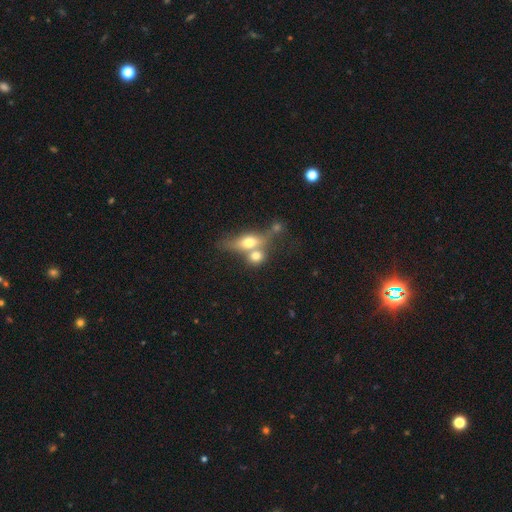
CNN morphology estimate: smooth_or_featured: smooth (p=0.66) [alt: featured or disk p=0.25]
how_rounded: in between (p=0.52) [alt: round p=0.36]
merging: merger (p=0.59) [alt: none p=0.27]